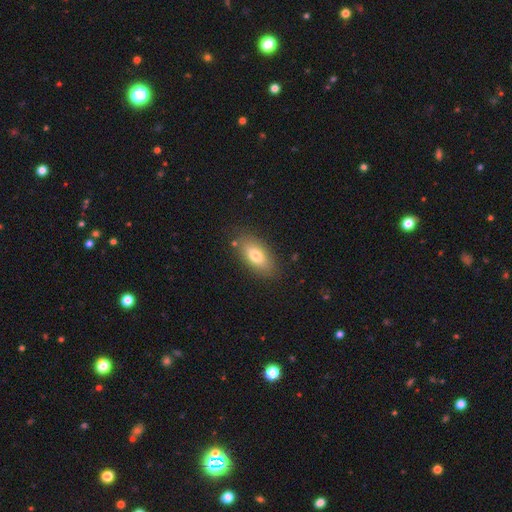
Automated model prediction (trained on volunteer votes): Smooth or featured: smooth — 76% (featured or disk — 16%)
How rounded: in between — 87% (cigar-shaped — 9%)
Merging: none — 83% (minor disturbance — 12%)